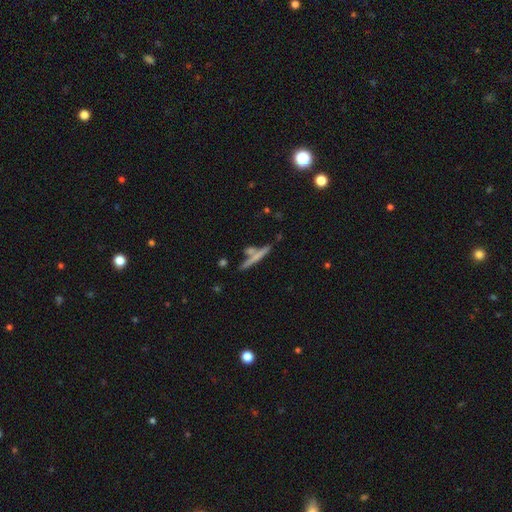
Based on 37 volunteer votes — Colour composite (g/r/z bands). It shows a smooth galaxy with no disk features (62%) that is cigar-shaped (100%). Merging: none (49%).